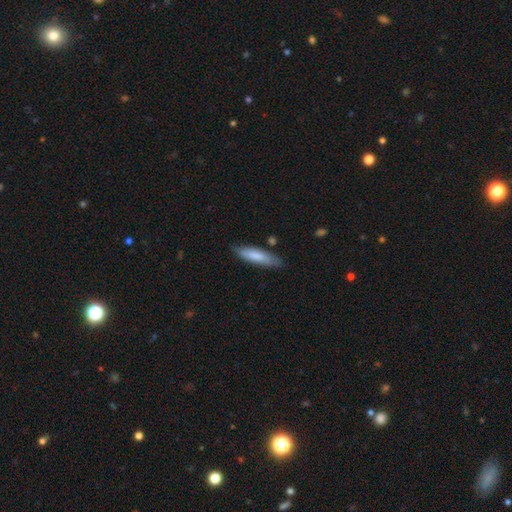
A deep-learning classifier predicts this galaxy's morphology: A smooth galaxy with no disk features (79%) that is cigar-shaped (67%).

Vote fractions:
- Smooth or featured? smooth: 79% / featured or disk: 16% / star or artifact: 5%
- How rounded? cigar-shaped: 67% / in between: 31% / round: 1%
- Merging? none: 79% / minor disturbance: 16% / major disturbance: 3% / merger: 2%